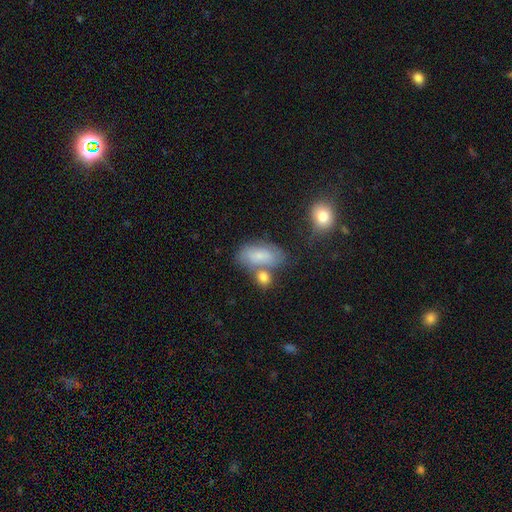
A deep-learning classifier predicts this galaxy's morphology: smooth-or-featured: smooth: 64% | featured or disk: 27% | star or artifact: 8%
  how-rounded: in between: 90% | round: 7% | cigar-shaped: 4%
  merging: none: 43% | merger: 31% | minor disturbance: 18% | major disturbance: 8%